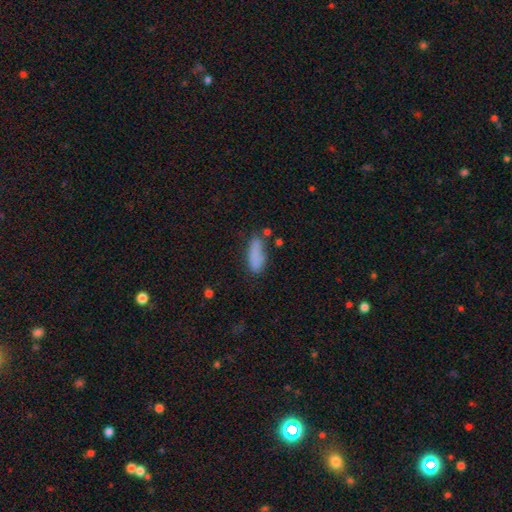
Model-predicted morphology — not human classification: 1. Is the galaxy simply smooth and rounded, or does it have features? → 80% smooth, 10% featured or disk, 10% star or artifact.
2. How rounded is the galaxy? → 71% in between, 26% cigar-shaped, 3% round.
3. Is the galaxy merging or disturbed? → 51% none, 27% minor disturbance, 13% major disturbance, 9% merger.